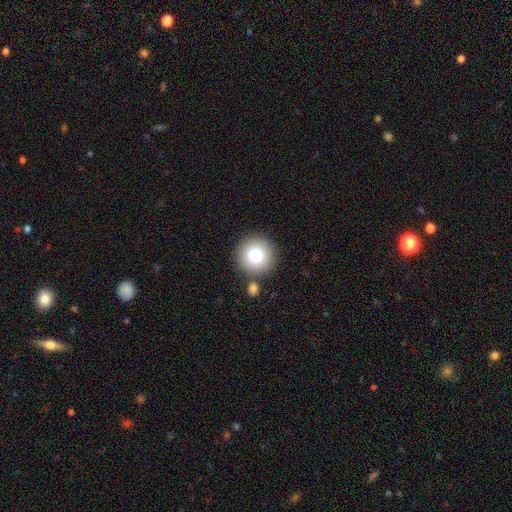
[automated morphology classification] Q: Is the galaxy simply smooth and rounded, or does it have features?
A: smooth — 81%.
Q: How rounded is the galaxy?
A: round — 95%.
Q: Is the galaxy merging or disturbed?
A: none — 83%.